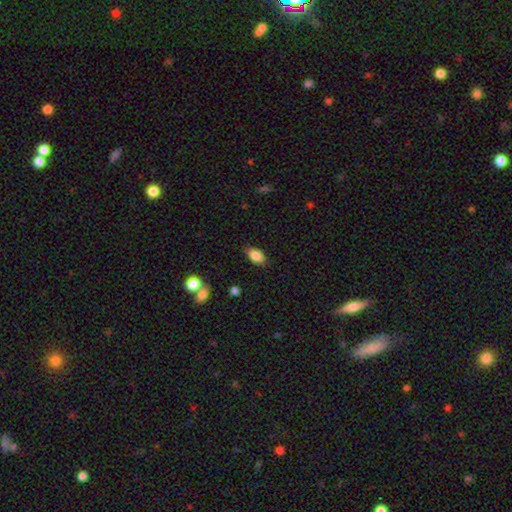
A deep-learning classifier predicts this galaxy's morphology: Smooth or featured? smooth (83%)
How rounded? in between (88%)
Merging? none (84%)